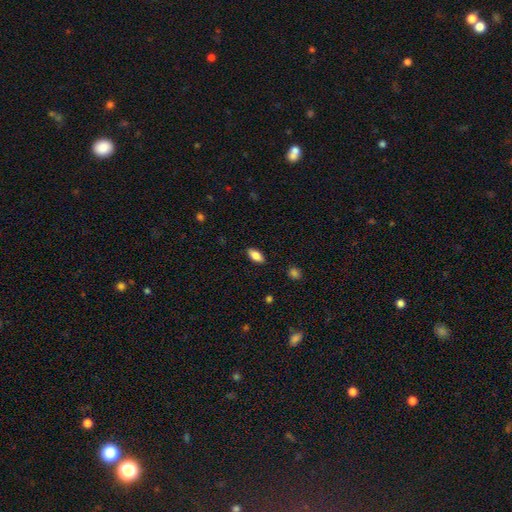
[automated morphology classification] Q: Smooth or featured?
A: smooth (82%); runner-up: featured or disk (10%)
Q: How rounded?
A: in between (87%); runner-up: cigar-shaped (10%)
Q: Merging?
A: none (87%); runner-up: minor disturbance (9%)